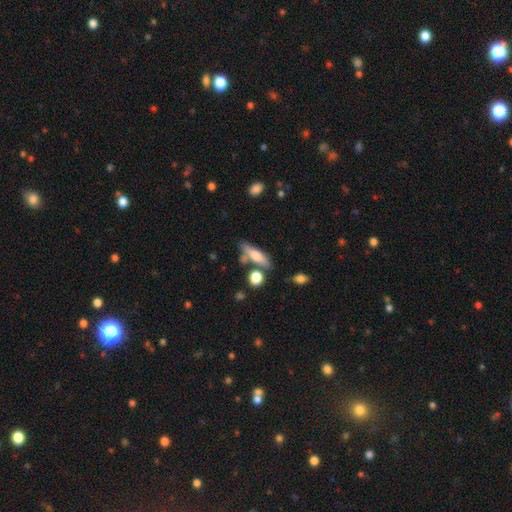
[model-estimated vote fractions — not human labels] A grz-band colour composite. It shows a smooth galaxy with no disk features (63%) that is cigar-shaped (59%). Merging: none (64%).